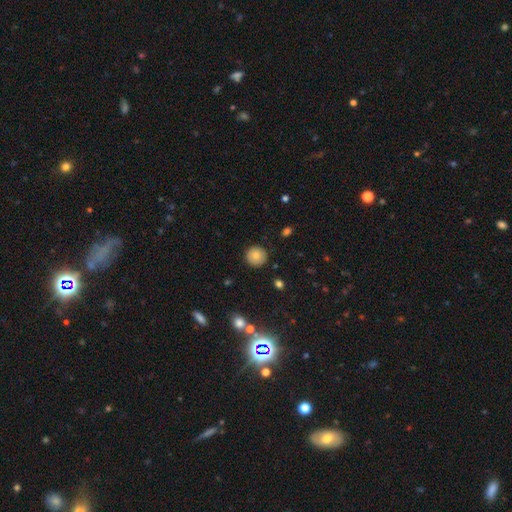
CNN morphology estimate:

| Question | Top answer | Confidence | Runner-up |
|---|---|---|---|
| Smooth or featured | smooth | 78% | featured or disk (12%) |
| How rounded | round | 94% | in between (5%) |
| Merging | none | 88% | minor disturbance (9%) |